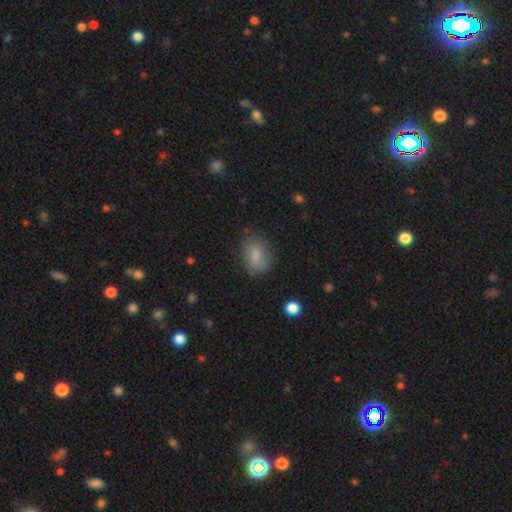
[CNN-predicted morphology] This is clearly a smooth galaxy (80%). How rounded: likely in between (79%). Merging: likely none (71%).